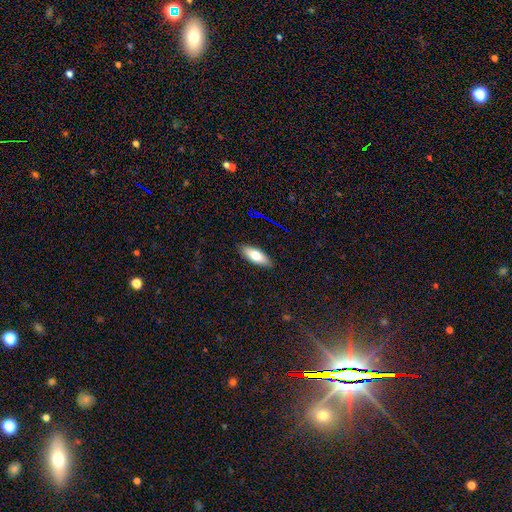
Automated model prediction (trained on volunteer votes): The model was most divided on "how rounded": in between: 71%, cigar-shaped: 26%, round: 2%. More confident: merging — none (88%); smooth or featured — smooth (73%).